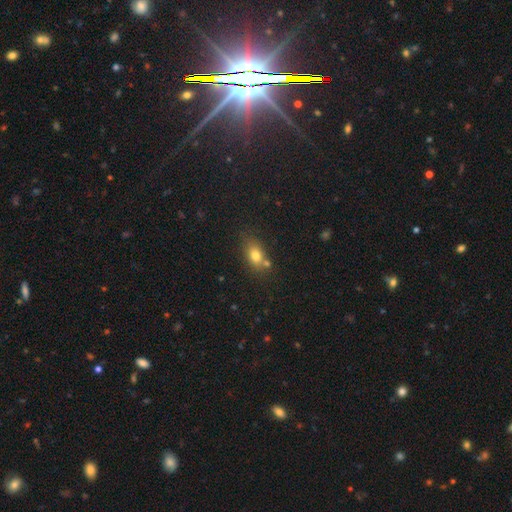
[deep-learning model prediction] Smooth or featured? smooth (77%)
How rounded? in between (76%)
Merging? none (62%)